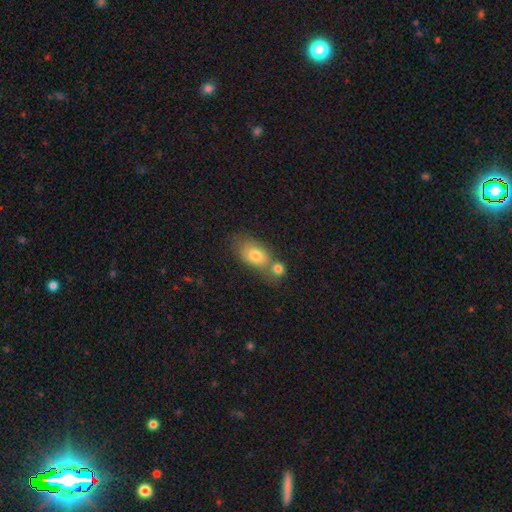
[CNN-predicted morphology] smooth_or_featured: smooth (p=0.76) [alt: featured or disk p=0.15]
how_rounded: in between (p=0.81) [alt: round p=0.15]
merging: merger (p=0.45) [alt: none p=0.38]